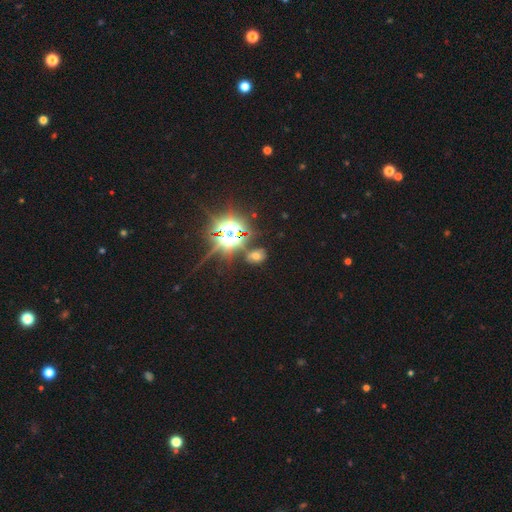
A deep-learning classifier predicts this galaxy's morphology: Smooth or featured?
  - star or artifact: 46% *
  - smooth: 41%
  - featured or disk: 12%